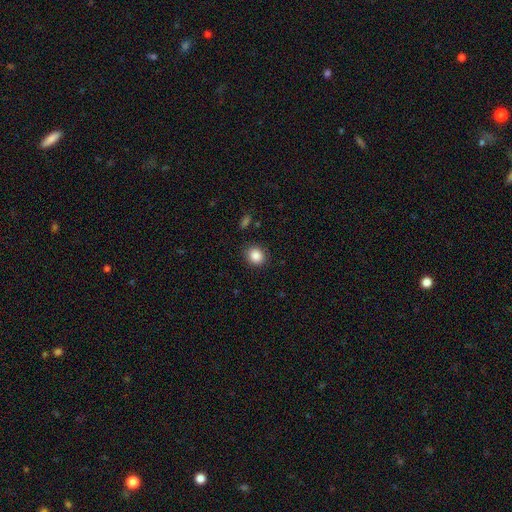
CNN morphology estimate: A smooth galaxy with no disk features (87%) that is round (71%). Merging: none (88%).